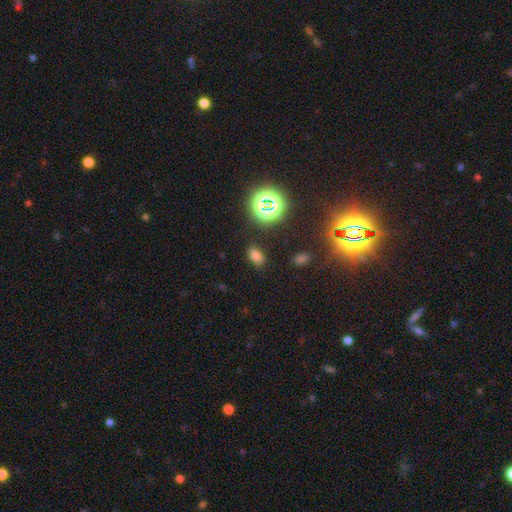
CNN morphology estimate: Smooth or featured: smooth — 67% (star or artifact — 25%)
How rounded: in between — 85% (round — 13%)
Merging: none — 83% (minor disturbance — 11%)